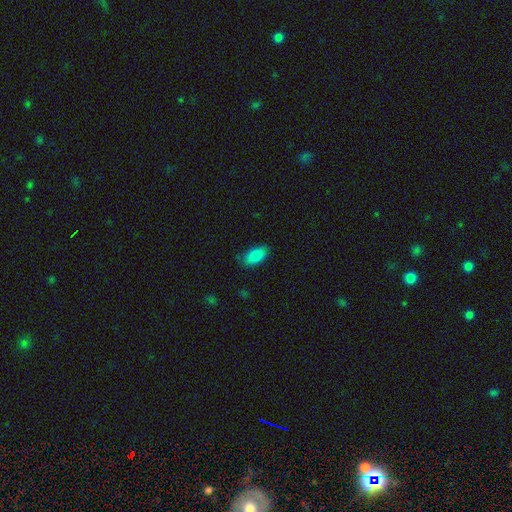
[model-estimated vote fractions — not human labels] Q: Smooth or featured?
A: smooth (84%); runner-up: featured or disk (9%)
Q: How rounded?
A: in between (91%); runner-up: cigar-shaped (6%)
Q: Merging?
A: none (83%); runner-up: minor disturbance (13%)